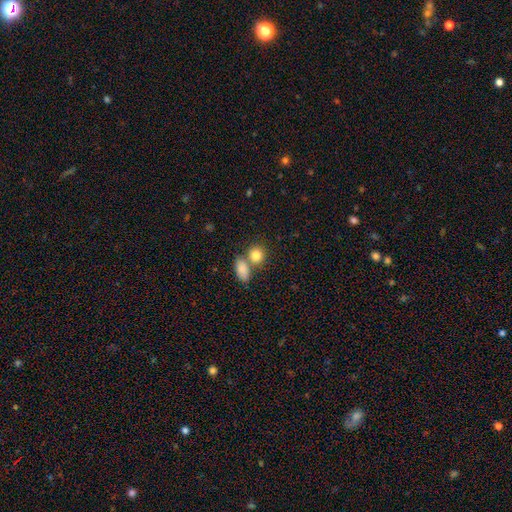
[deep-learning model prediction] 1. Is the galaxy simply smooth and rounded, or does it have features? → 84% smooth, 9% star or artifact, 7% featured or disk.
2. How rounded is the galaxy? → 67% round, 32% in between, 2% cigar-shaped.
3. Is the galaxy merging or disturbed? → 52% none, 36% merger, 9% minor disturbance, 4% major disturbance.